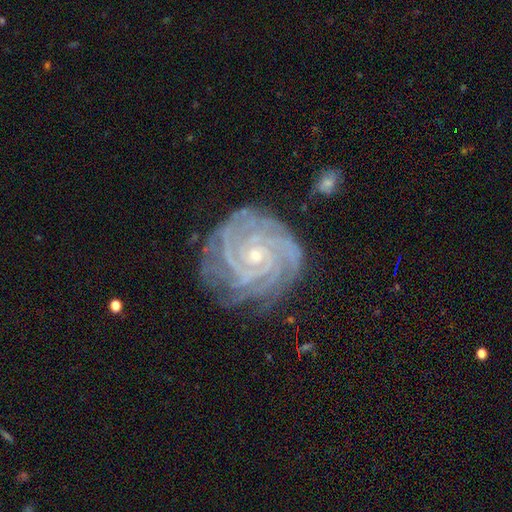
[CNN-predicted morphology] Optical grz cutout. It shows a featured or disk galaxy (91%) with no bar (72%), 4 (31%) tight (85%) spiral arms (99%) and a small central bulge (75%). Merging: none (78%).